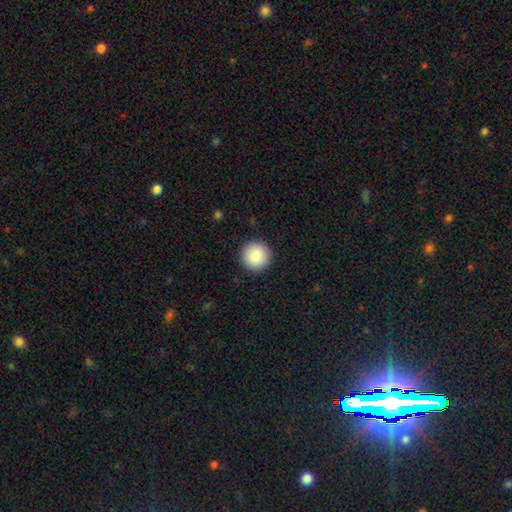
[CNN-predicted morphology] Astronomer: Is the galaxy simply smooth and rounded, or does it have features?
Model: smooth — 89%.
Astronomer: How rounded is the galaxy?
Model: round — 96%.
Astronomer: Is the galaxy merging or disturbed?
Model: none — 92%.